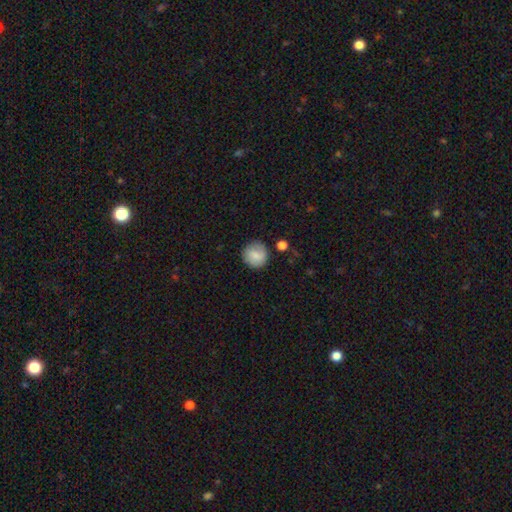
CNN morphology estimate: Q: Smooth or featured?
A: smooth (83%); runner-up: featured or disk (9%)
Q: How rounded?
A: round (93%); runner-up: in between (6%)
Q: Merging?
A: none (83%); runner-up: minor disturbance (12%)